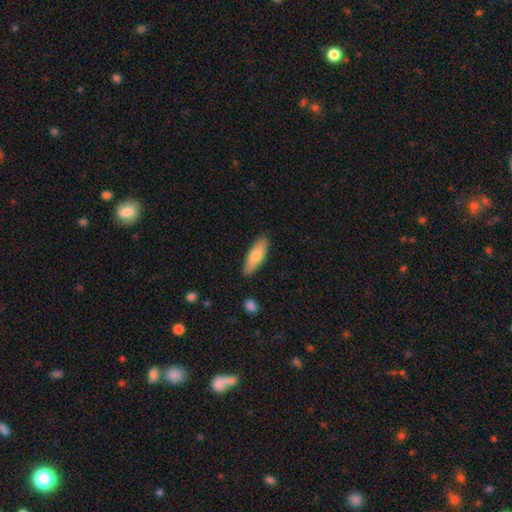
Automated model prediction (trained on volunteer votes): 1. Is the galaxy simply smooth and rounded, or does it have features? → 79% smooth, 16% featured or disk, 6% star or artifact.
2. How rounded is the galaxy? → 59% in between, 39% cigar-shaped, 2% round.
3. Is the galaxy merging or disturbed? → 87% none, 10% minor disturbance, 2% major disturbance, 2% merger.